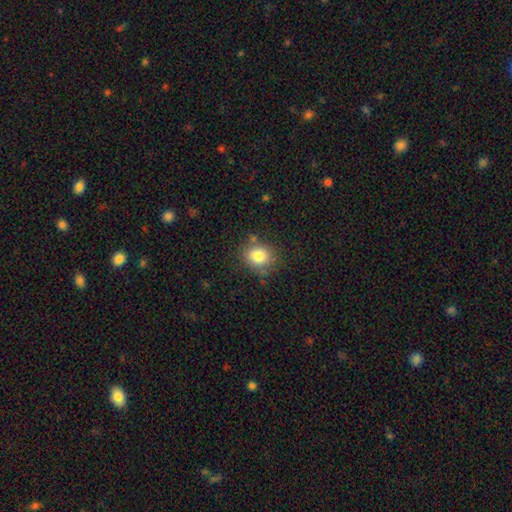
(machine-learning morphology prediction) The model was most divided on "how rounded": round: 73%, in between: 26%, cigar-shaped: 1%. More confident: smooth or featured — smooth (81%); merging — none (80%).